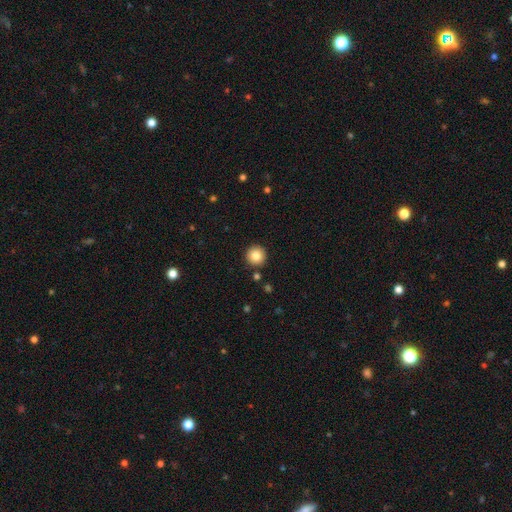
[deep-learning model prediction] Smooth or featured: smooth — 83% (star or artifact — 10%)
How rounded: round — 96% (in between — 3%)
Merging: none — 91% (minor disturbance — 5%)